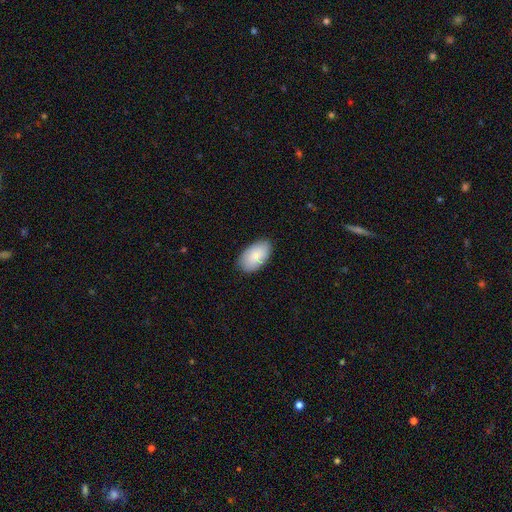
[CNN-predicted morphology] A smooth galaxy with no disk features (79%) that is in between round and cigar-shaped (94%). Merging: none (84%).